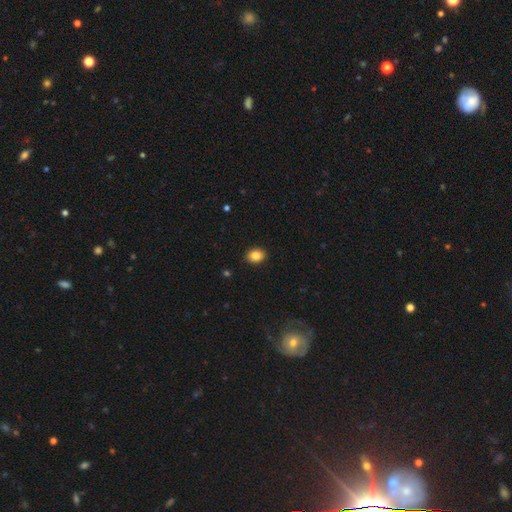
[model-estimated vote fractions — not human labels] Smooth or featured?
  - smooth: 86% *
  - star or artifact: 9%
  - featured or disk: 5%
How rounded?
  - in between: 58% *
  - round: 41%
  - cigar-shaped: 1%
Merging?
  - none: 91% *
  - minor disturbance: 6%
  - major disturbance: 2%
  - merger: 1%